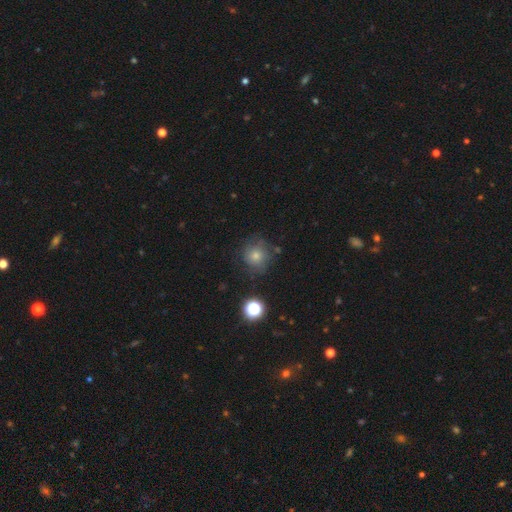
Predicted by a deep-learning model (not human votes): smooth_or_featured: smooth (p=0.56) [alt: star or artifact p=0.23]
how_rounded: round (p=0.90) [alt: in between p=0.09]
merging: none (p=0.76) [alt: minor disturbance p=0.15]